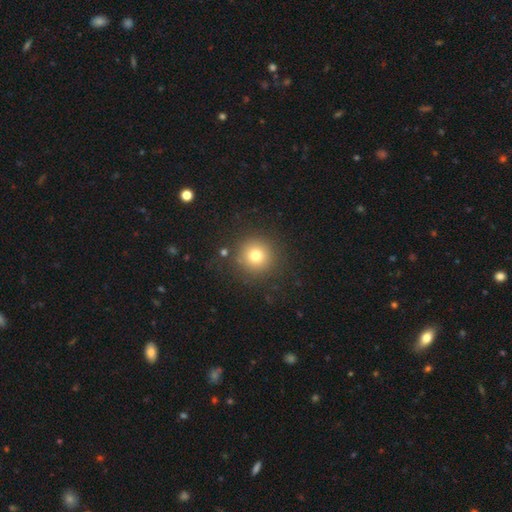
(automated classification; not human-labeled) This appears to be a smooth galaxy with no disk features (76%) that is round (95%). Merging: none (87%).